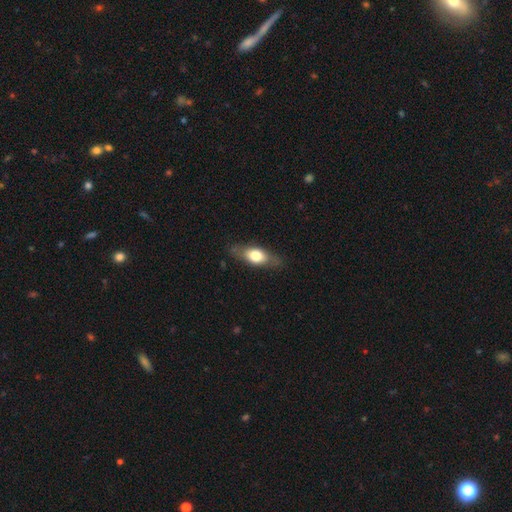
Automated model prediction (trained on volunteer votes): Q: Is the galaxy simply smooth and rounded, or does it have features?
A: smooth — 61%.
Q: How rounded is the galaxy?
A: in between — 72%.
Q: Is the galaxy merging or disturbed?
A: none — 79%.